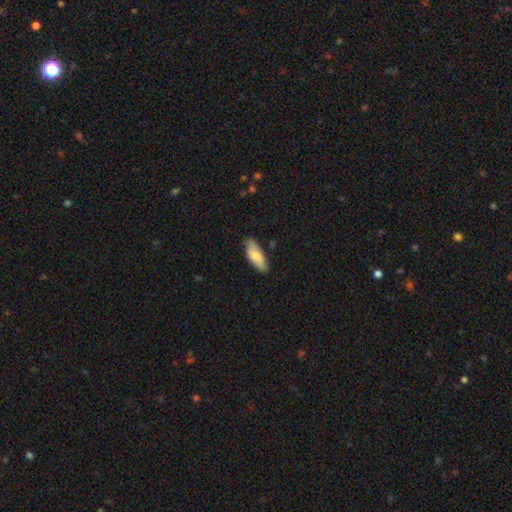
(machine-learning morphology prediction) smooth 73%, featured or disk 21%, star or artifact 6%. Down the decision tree: how rounded — in between (78%); merging — none (74%).